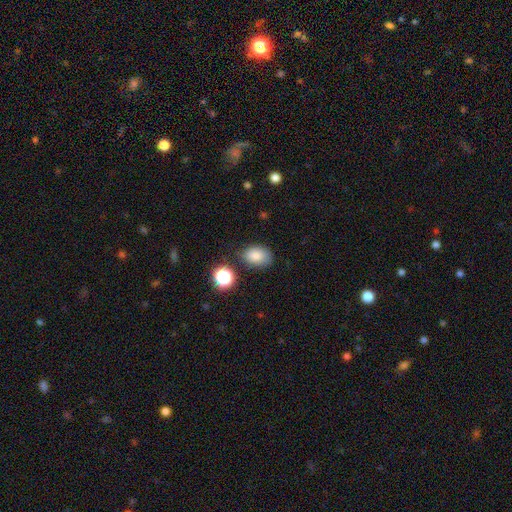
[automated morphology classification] Smooth or featured: smooth — 81% (star or artifact — 12%)
How rounded: in between — 78% (round — 21%)
Merging: none — 74% (minor disturbance — 17%)